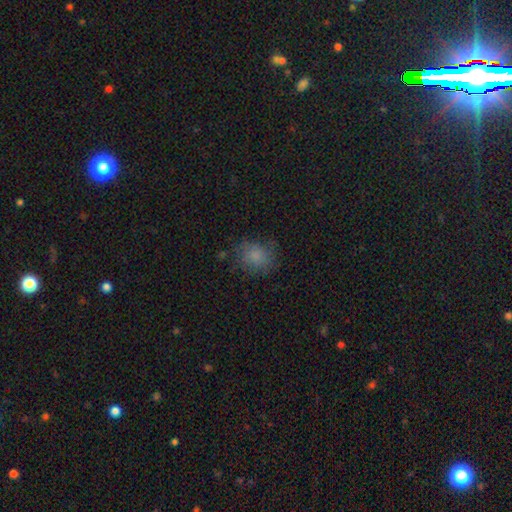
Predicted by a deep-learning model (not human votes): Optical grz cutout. It shows a smooth galaxy with no disk features (78%) that is round (68%). Merging: none (70%).